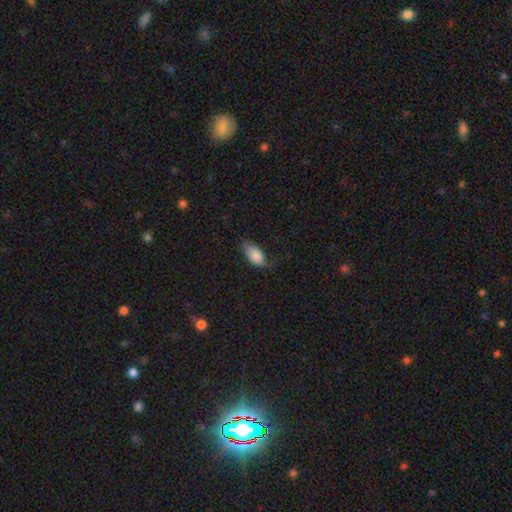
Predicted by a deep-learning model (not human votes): Smooth or featured: smooth — 78% (featured or disk — 15%)
How rounded: in between — 93% (cigar-shaped — 4%)
Merging: none — 49% (minor disturbance — 33%)